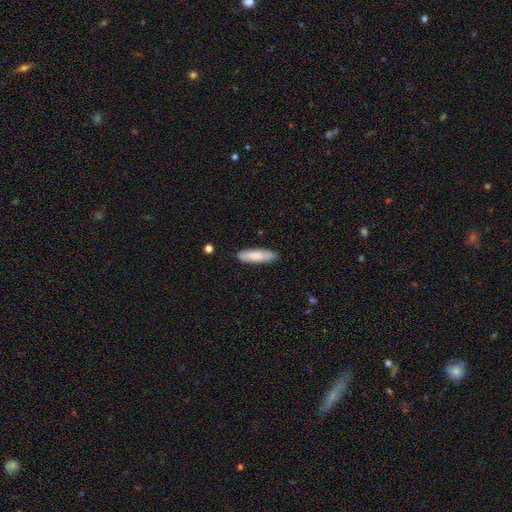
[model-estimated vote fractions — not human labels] This is likely a smooth galaxy (77%). How rounded: possibly cigar-shaped (58%). Merging: clearly none (86%).